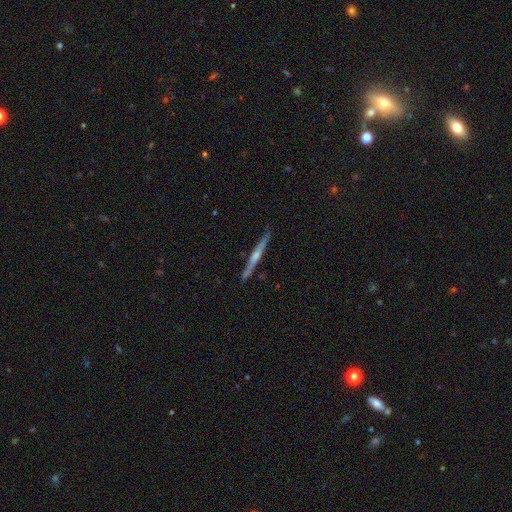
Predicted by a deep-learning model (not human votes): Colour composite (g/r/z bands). It shows a featured or disk galaxy (74%) viewed edge-on (98%) with a rounded central bulge (70%). Merging: none (89%).